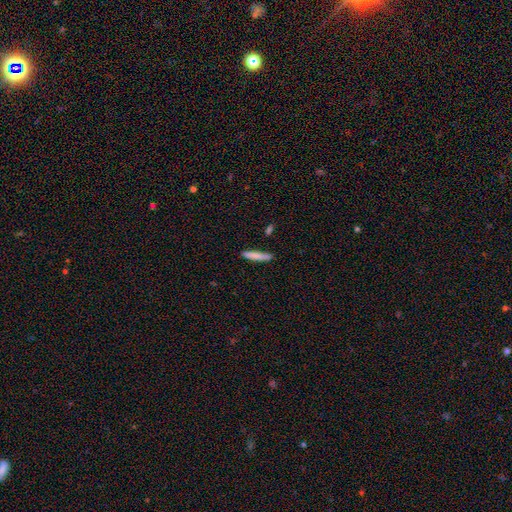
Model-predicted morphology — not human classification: Overall: smooth (80%). How rounded: cigar-shaped (92%). Merging: none (84%).